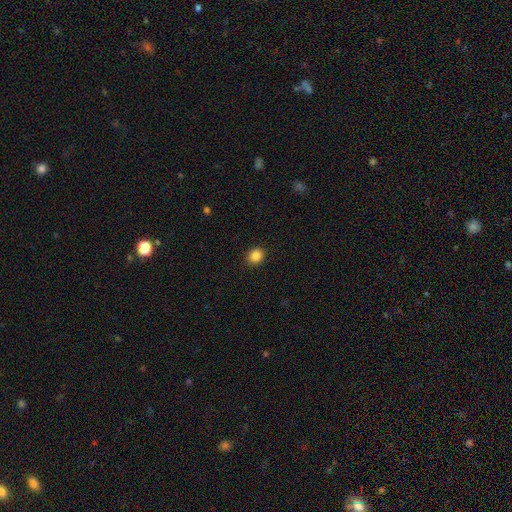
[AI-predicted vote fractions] A smooth galaxy with no disk features (86%) that is round (75%). Merging: none (91%).